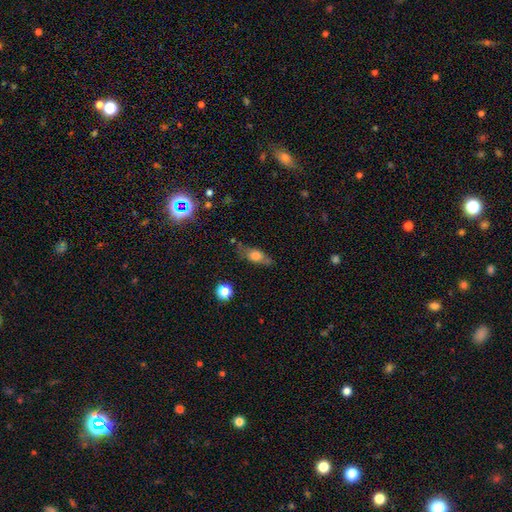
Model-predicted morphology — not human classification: smooth 63%, featured or disk 28%, star or artifact 9%. Down the decision tree: how rounded — in between (70%); merging — none (62%).